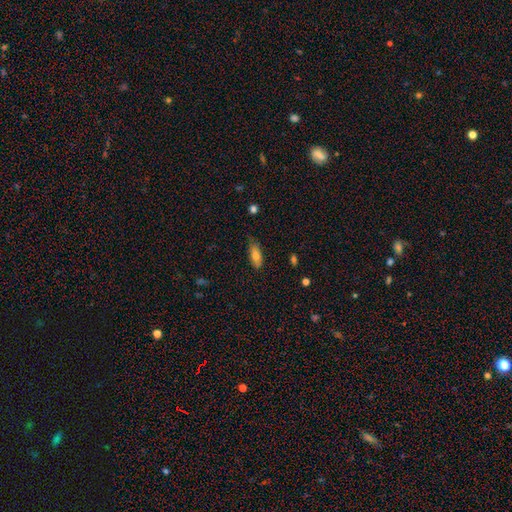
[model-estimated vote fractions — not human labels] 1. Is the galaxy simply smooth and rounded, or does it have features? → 76% smooth, 17% featured or disk, 7% star or artifact.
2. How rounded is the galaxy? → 73% in between, 24% cigar-shaped, 3% round.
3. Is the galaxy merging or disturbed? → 67% none, 26% minor disturbance, 5% major disturbance, 2% merger.